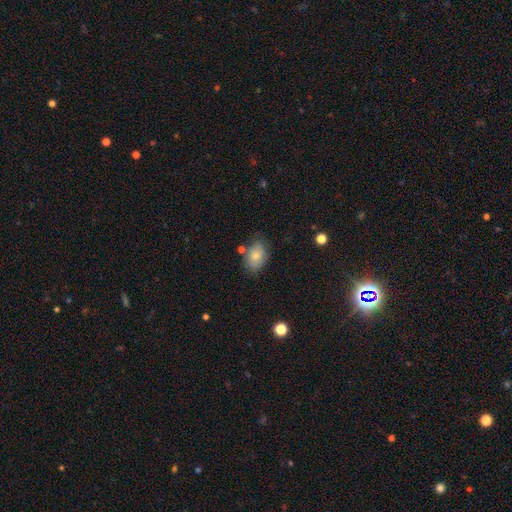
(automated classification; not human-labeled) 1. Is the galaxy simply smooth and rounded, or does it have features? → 77% smooth, 15% featured or disk, 8% star or artifact.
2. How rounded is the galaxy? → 83% in between, 16% round, 1% cigar-shaped.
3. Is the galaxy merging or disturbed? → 68% none, 21% minor disturbance, 6% merger, 5% major disturbance.